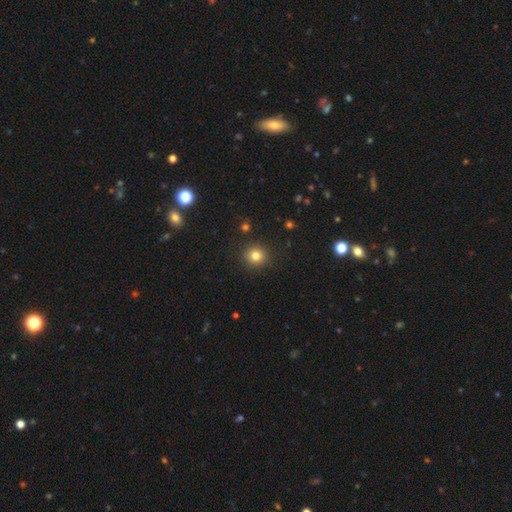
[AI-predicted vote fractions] The model was most divided on "smooth or featured": smooth: 81%, star or artifact: 13%, featured or disk: 6%. More confident: how rounded — round (91%); merging — none (90%).